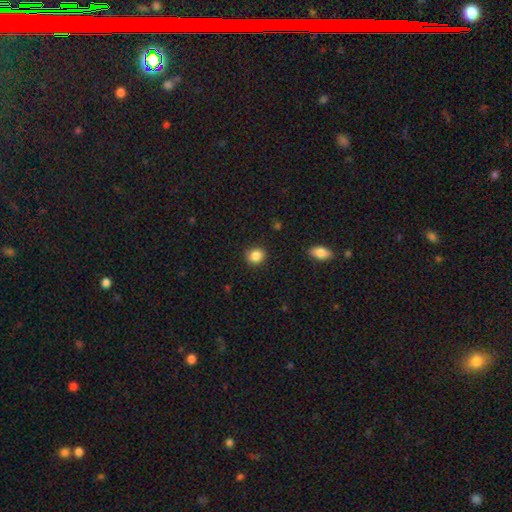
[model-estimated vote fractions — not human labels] smooth-or-featured: smooth: 86% | star or artifact: 10% | featured or disk: 4%
  how-rounded: round: 75% | in between: 24% | cigar-shaped: 1%
  merging: none: 89% | minor disturbance: 8% | major disturbance: 2% | merger: 1%